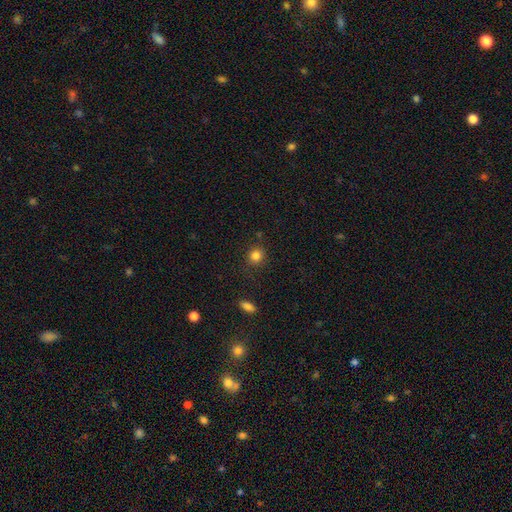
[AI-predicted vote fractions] Q: Smooth or featured?
A: smooth (83%); runner-up: star or artifact (12%)
Q: How rounded?
A: round (83%); runner-up: in between (16%)
Q: Merging?
A: none (83%); runner-up: minor disturbance (11%)